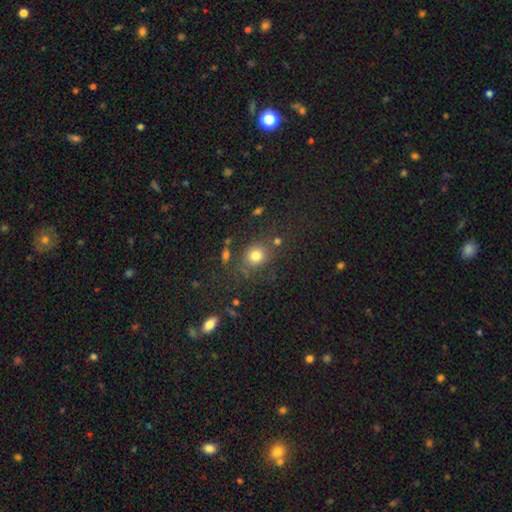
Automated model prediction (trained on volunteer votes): This appears to be a smooth galaxy with no disk features (77%) that is round (75%). Merging: none (73%).